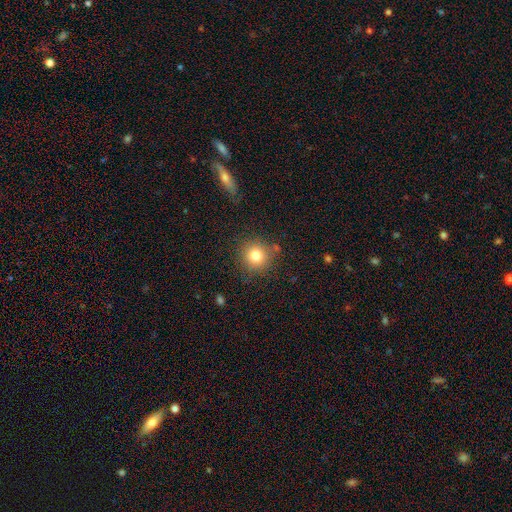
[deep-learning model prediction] The model was most divided on "smooth or featured": smooth: 80%, star or artifact: 12%, featured or disk: 8%. More confident: how rounded — round (92%); merging — none (83%).